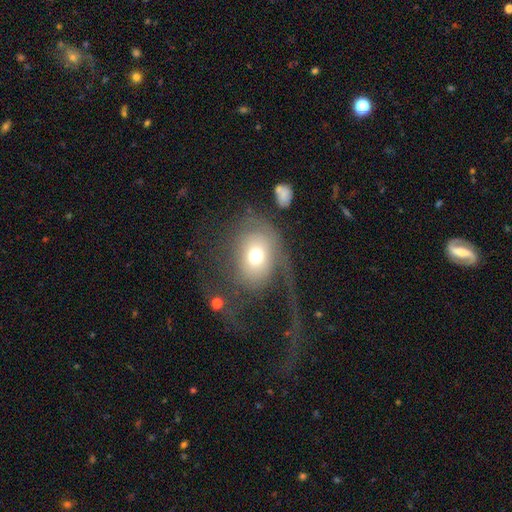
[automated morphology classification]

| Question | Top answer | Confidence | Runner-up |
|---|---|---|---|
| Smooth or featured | smooth | 56% | featured or disk (33%) |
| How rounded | round | 56% | in between (42%) |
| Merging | major disturbance | 51% | none (30%) |